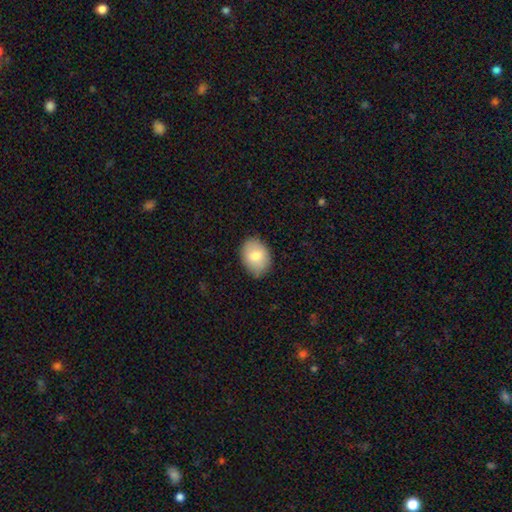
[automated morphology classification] A smooth galaxy with no disk features (75%) that is in between round and cigar-shaped (72%).

Vote fractions:
- Smooth or featured? smooth: 75% / featured or disk: 18% / star or artifact: 8%
- How rounded? in between: 72% / round: 27% / cigar-shaped: 1%
- Merging? none: 82% / minor disturbance: 15% / major disturbance: 3% / merger: 1%